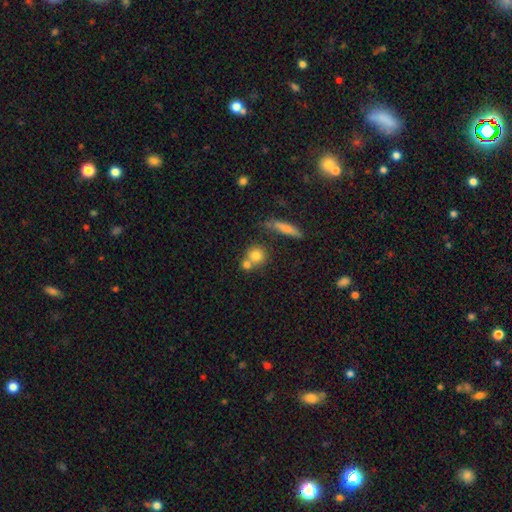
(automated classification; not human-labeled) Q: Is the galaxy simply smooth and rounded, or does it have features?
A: smooth — 77%.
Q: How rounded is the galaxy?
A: round — 83%.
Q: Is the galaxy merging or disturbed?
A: none — 50%.